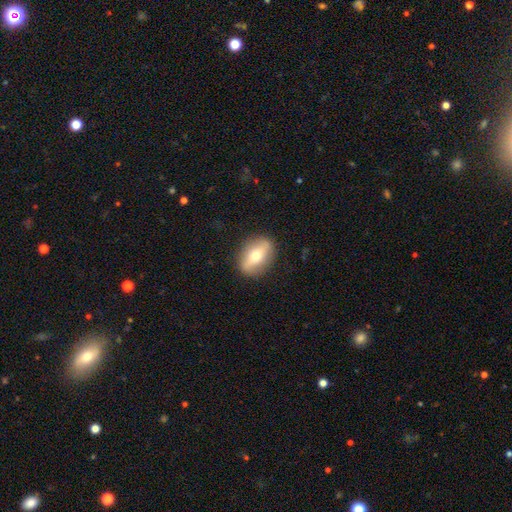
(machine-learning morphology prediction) Smooth or featured?
  - featured or disk: 49% *
  - smooth: 44%
  - star or artifact: 7%
Merging?
  - none: 86% *
  - minor disturbance: 10%
  - major disturbance: 3%
  - merger: 1%